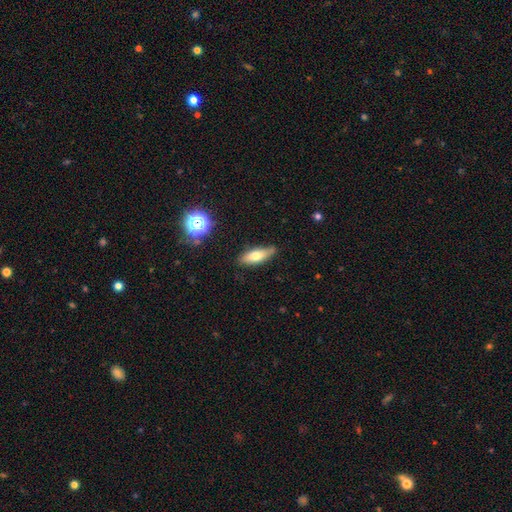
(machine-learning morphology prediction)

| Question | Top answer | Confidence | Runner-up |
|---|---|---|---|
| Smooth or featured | smooth | 68% | featured or disk (23%) |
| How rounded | in between | 64% | cigar-shaped (33%) |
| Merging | none | 74% | minor disturbance (20%) |